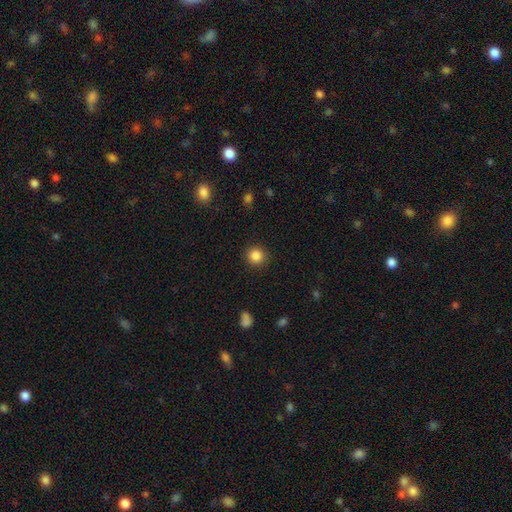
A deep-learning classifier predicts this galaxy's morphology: Smooth or featured? smooth (86%)
How rounded? round (91%)
Merging? none (90%)